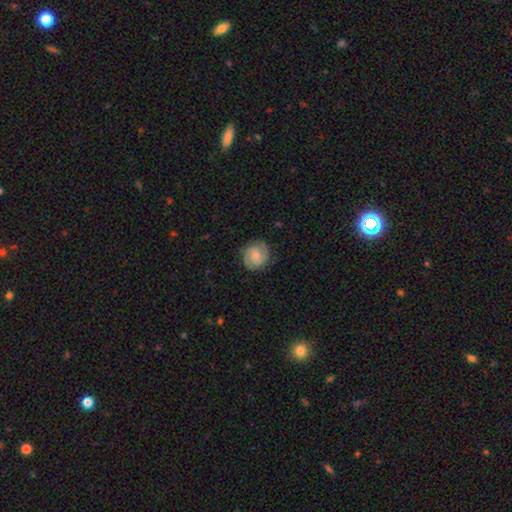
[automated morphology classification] This appears to be a featured or disk galaxy (62%) with no bar (60%), 2 (81%) tight (54%) spiral arms (93%) and a small central bulge (48%). Merging: none (84%).